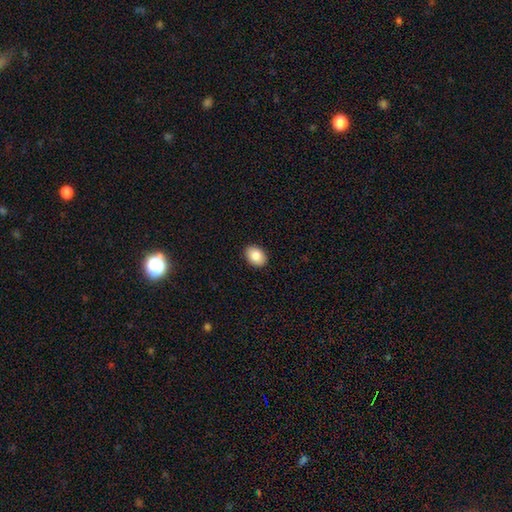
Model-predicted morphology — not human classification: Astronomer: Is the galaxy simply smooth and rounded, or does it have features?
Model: smooth — 86%.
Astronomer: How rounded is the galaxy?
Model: in between — 75%.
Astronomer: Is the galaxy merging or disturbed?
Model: none — 91%.